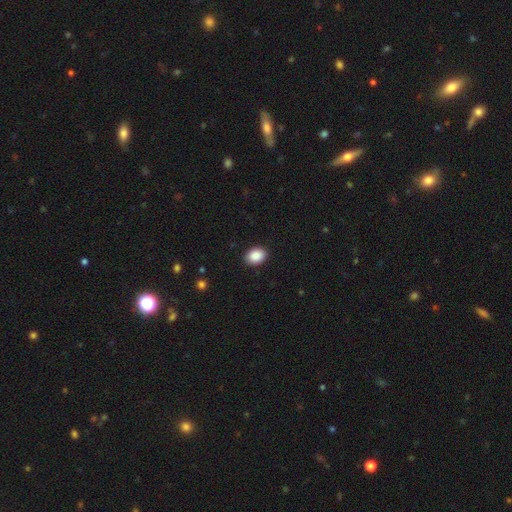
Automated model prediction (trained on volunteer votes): smooth 90%, star or artifact 7%, featured or disk 3%. Down the decision tree: how rounded — in between (72%); merging — none (90%).